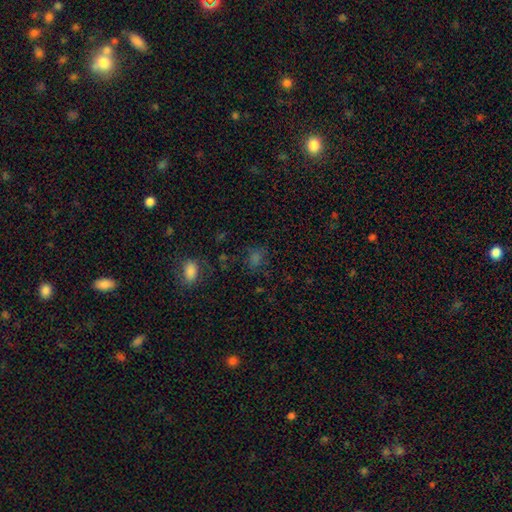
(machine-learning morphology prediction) smooth 55%, star or artifact 35%, featured or disk 10%. Down the decision tree: how rounded — in between (49%); merging — none (70%).